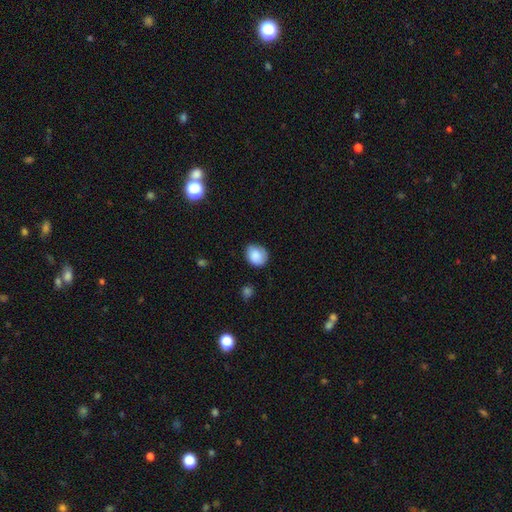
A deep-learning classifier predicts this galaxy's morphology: Smooth or featured: smooth — 84% (featured or disk — 8%)
How rounded: round — 53% (in between — 46%)
Merging: none — 71% (minor disturbance — 23%)